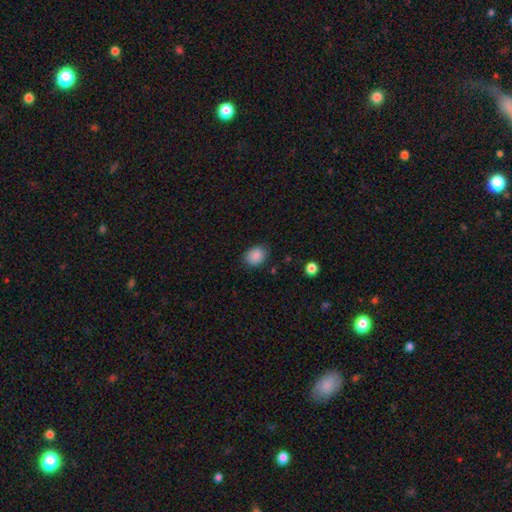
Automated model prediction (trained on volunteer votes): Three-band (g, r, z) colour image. It shows a smooth galaxy with no disk features (87%) that is in between round and cigar-shaped (58%). Merging: none (79%).